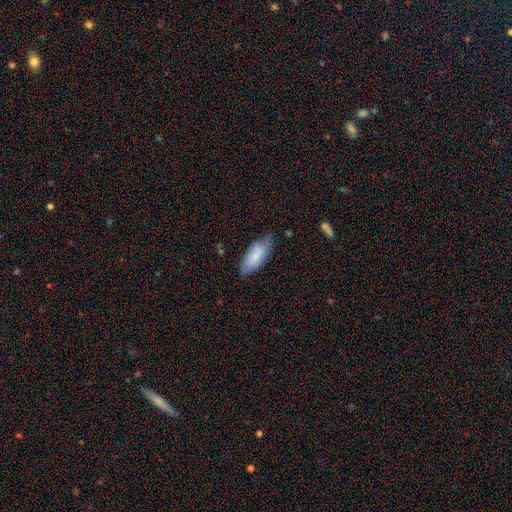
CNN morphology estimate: Q: Smooth or featured?
A: smooth (79%); runner-up: featured or disk (15%)
Q: How rounded?
A: in between (80%); runner-up: cigar-shaped (18%)
Q: Merging?
A: none (62%); runner-up: minor disturbance (30%)